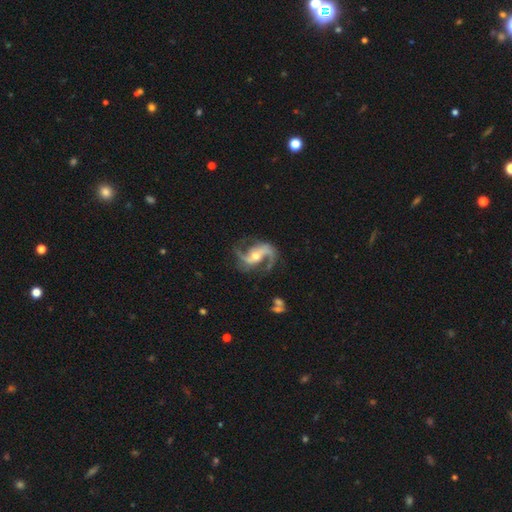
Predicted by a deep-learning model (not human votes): The model was most divided on "bar": weak: 37%, no: 35%, strong: 29%. More confident: spiral arms — yes (98%); edge-on disk — no (98%); spiral arm count — 2 (92%); smooth or featured — featured or disk (91%); merging — none (73%); bulge size — moderate (67%); spiral winding — loose (53%).